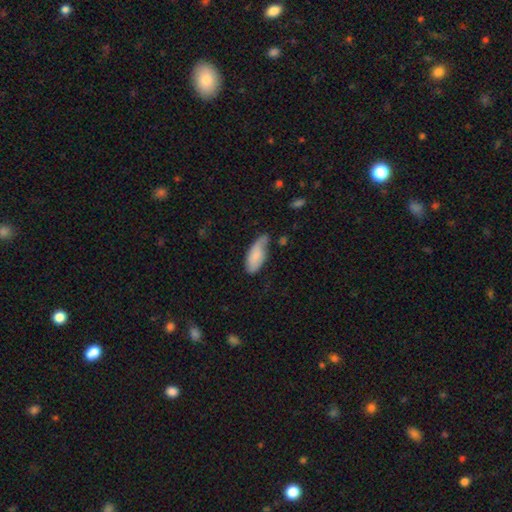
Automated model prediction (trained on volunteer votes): Smooth or featured? smooth (72%)
How rounded? in between (86%)
Merging? none (41%, tied with minor disturbance)